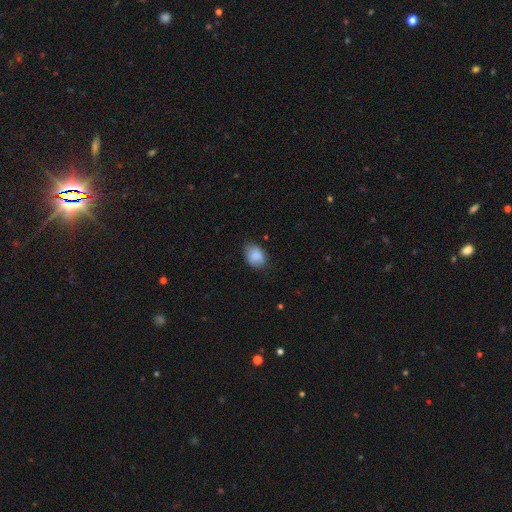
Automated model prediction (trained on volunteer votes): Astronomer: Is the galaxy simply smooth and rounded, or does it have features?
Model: smooth — 83%.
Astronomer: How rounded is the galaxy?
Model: in between — 70%.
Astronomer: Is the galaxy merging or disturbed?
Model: none — 67%.